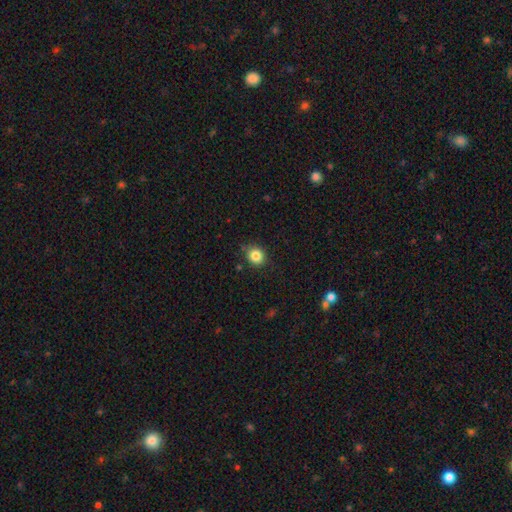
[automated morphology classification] A smooth galaxy with no disk features (84%) that is round (80%). Merging: none (84%).